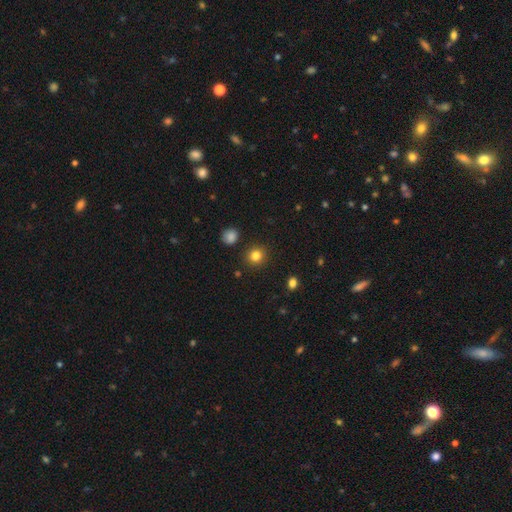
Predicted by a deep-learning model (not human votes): The model was most divided on "smooth or featured": smooth: 83%, star or artifact: 12%, featured or disk: 5%. More confident: how rounded — round (91%); merging — none (91%).